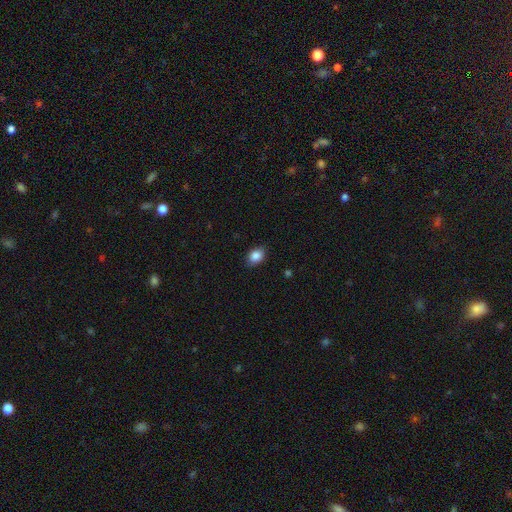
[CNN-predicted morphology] This is clearly a smooth galaxy (86%). How rounded: likely in between (73%). Merging: clearly none (84%).